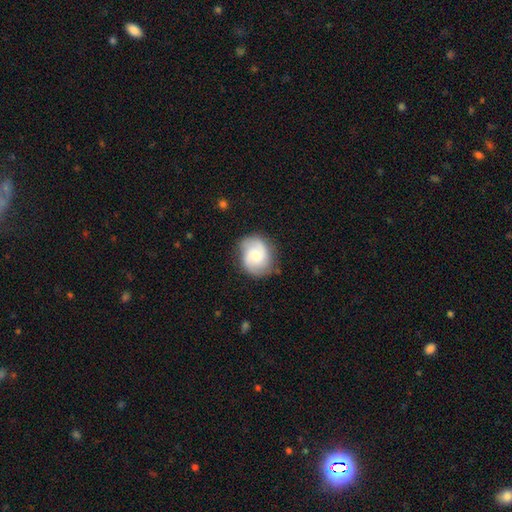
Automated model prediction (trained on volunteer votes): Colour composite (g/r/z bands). It shows a featured or disk galaxy (62%) with no bar (59%), 2 (77%) medium (47%) spiral arms (93%) and a moderate central bulge (48%). Merging: none (74%).